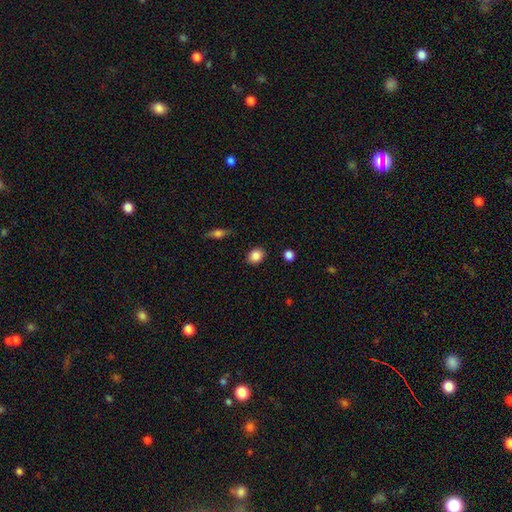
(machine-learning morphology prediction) The model was most divided on "how rounded": in between: 55%, round: 44%, cigar-shaped: 1%. More confident: merging — none (87%); smooth or featured — smooth (86%).